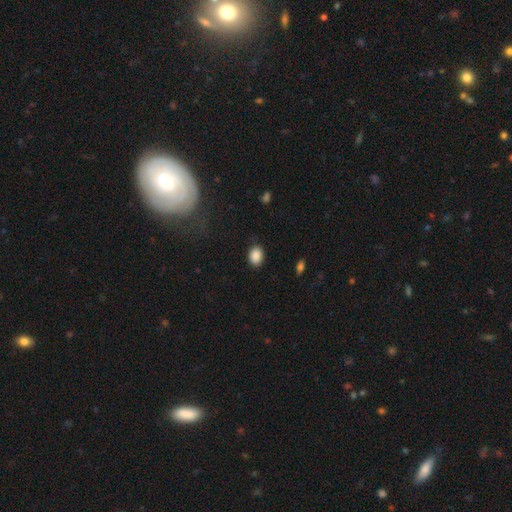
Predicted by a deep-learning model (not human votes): This appears to be a smooth galaxy with no disk features (89%) that is in between round and cigar-shaped (73%). Merging: none (83%).